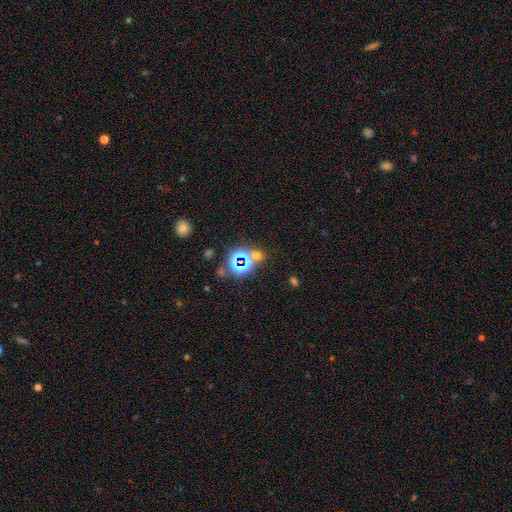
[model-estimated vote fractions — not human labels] A star or artifact, not a galaxy (56%).